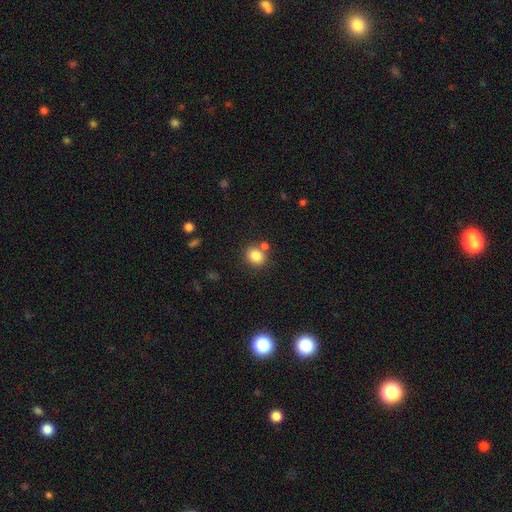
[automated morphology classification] Smooth or featured?
  - smooth: 83% *
  - star or artifact: 11%
  - featured or disk: 7%
How rounded?
  - round: 76% *
  - in between: 23%
  - cigar-shaped: 1%
Merging?
  - none: 69% *
  - merger: 18%
  - minor disturbance: 10%
  - major disturbance: 3%